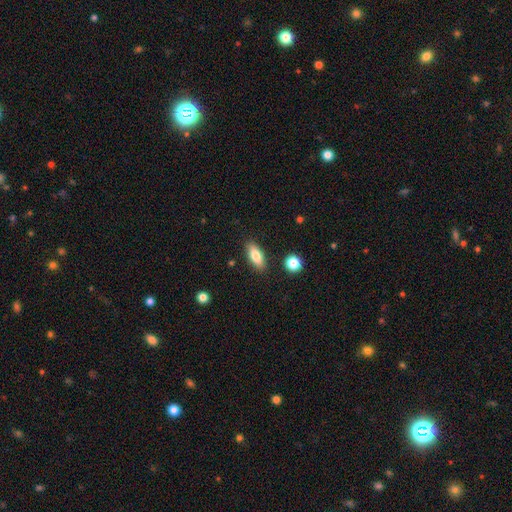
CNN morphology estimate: This is likely a smooth galaxy (79%). How rounded: likely in between (76%). Merging: clearly none (86%).